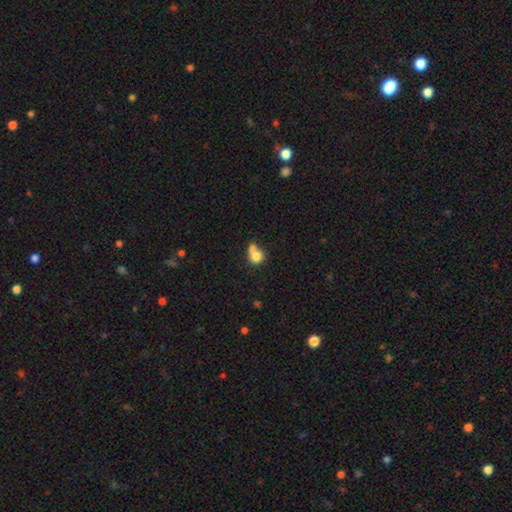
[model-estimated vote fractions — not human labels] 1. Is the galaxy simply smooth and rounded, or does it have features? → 75% smooth, 15% featured or disk, 10% star or artifact.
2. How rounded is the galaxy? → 72% round, 27% in between, 1% cigar-shaped.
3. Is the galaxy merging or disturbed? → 58% merger, 27% none, 9% minor disturbance, 6% major disturbance.